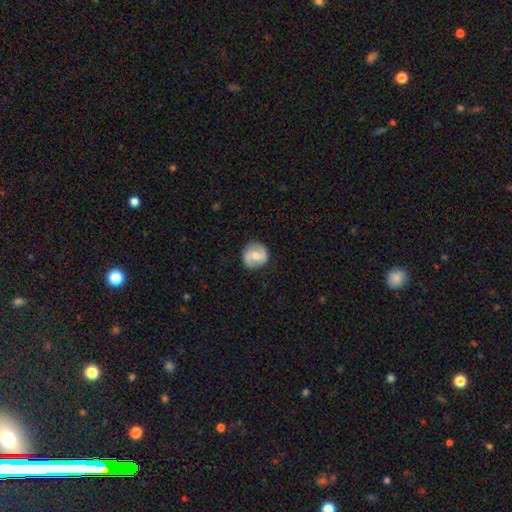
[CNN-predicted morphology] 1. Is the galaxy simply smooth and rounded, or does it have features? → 63% featured or disk, 31% smooth, 6% star or artifact.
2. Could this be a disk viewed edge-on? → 97% no, 3% yes.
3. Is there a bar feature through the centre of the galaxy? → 47% weak, 33% no, 20% strong.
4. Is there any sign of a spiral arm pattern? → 84% yes, 16% no.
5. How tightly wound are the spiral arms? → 47% medium, 28% tight, 25% loose.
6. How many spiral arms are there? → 89% 2, 6% can't tell, 2% 1, 1% 3, 1% 4, 1% more than 4.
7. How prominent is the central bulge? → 63% moderate, 31% small, 3% large, 2% none, 1% dominant.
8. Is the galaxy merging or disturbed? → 86% none, 10% minor disturbance, 3% major disturbance, 1% merger.